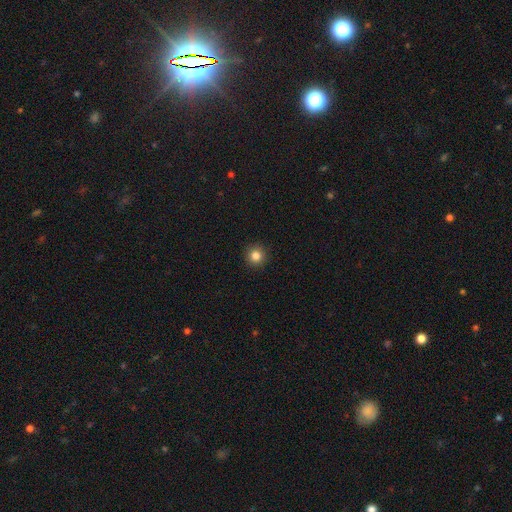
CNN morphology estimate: smooth 83%, star or artifact 12%, featured or disk 5%. Down the decision tree: how rounded — round (95%); merging — none (93%).